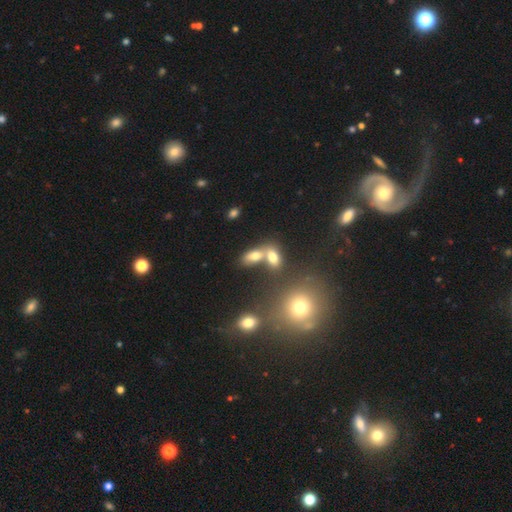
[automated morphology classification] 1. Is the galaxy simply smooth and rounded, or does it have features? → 38% smooth, 34% featured or disk, 28% star or artifact.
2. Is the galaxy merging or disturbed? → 63% none, 15% merger, 12% minor disturbance, 10% major disturbance.